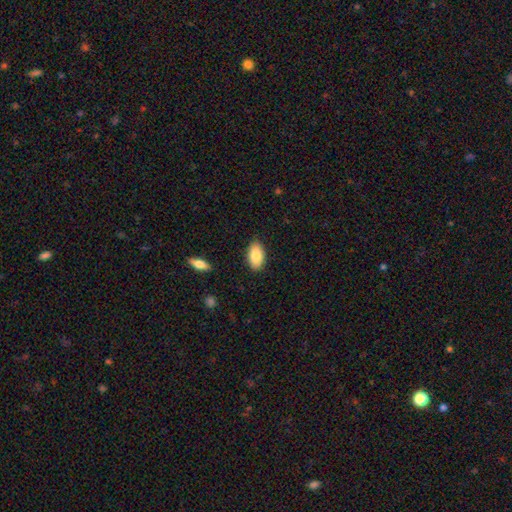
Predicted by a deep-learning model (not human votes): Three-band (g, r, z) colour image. It shows a smooth galaxy with no disk features (84%) that is in between round and cigar-shaped (94%). Merging: none (87%).